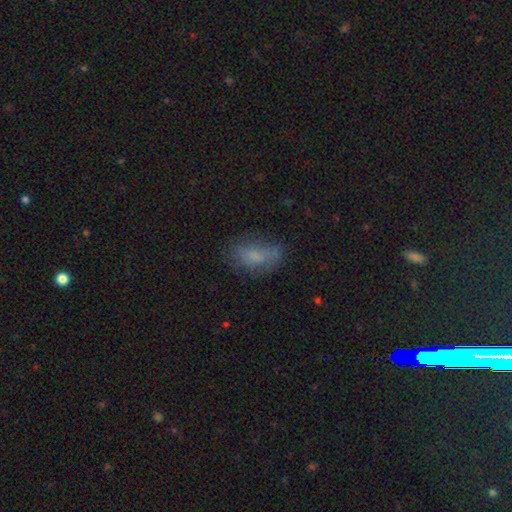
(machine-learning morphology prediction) A smooth galaxy with no disk features (68%) that is in between round and cigar-shaped (86%). Merging: none (55%).